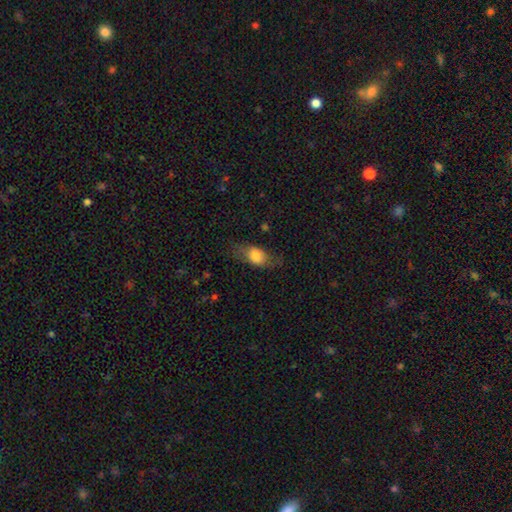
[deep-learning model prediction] smooth-or-featured: smooth: 74% | featured or disk: 19% | star or artifact: 8%
  how-rounded: in between: 82% | round: 10% | cigar-shaped: 8%
  merging: none: 63% | minor disturbance: 23% | major disturbance: 13% | merger: 1%